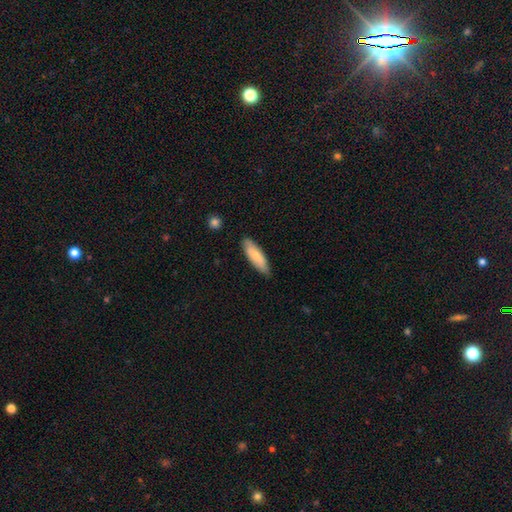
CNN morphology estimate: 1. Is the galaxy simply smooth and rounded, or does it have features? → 76% smooth, 18% featured or disk, 5% star or artifact.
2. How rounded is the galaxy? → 50% cigar-shaped, 48% in between, 2% round.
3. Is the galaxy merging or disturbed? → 83% none, 14% minor disturbance, 2% major disturbance, 1% merger.